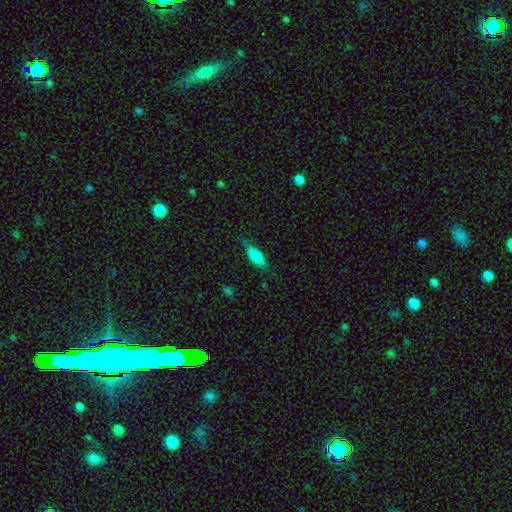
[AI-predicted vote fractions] smooth_or_featured: smooth (p=0.80) [alt: featured or disk p=0.13]
how_rounded: in between (p=0.69) [alt: cigar-shaped p=0.29]
merging: none (p=0.75) [alt: minor disturbance p=0.20]